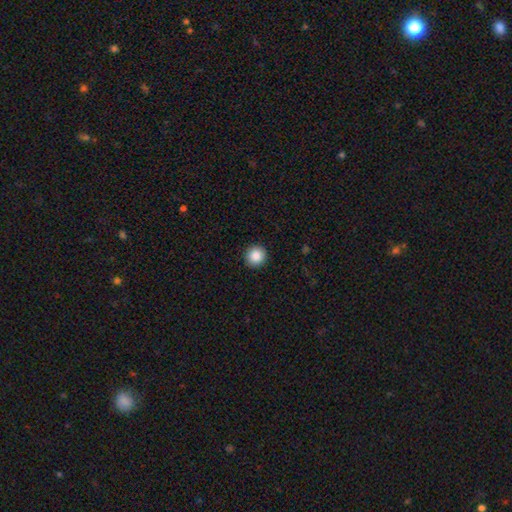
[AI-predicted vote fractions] Morphology: type=smooth (88%); roundness=round (94%); merging=none (93%).